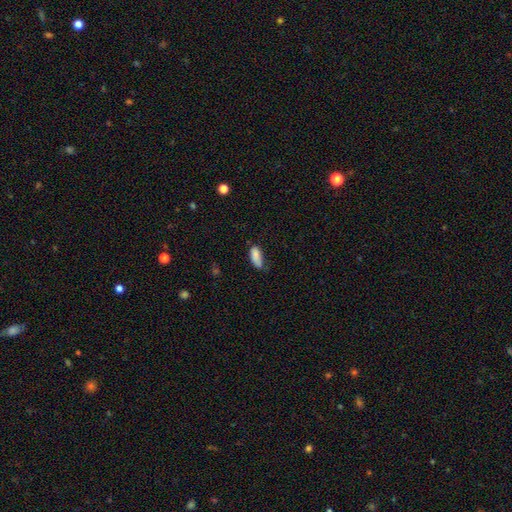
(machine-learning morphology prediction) A smooth galaxy with no disk features (84%) that is in between round and cigar-shaped (81%). Merging: none (47%).